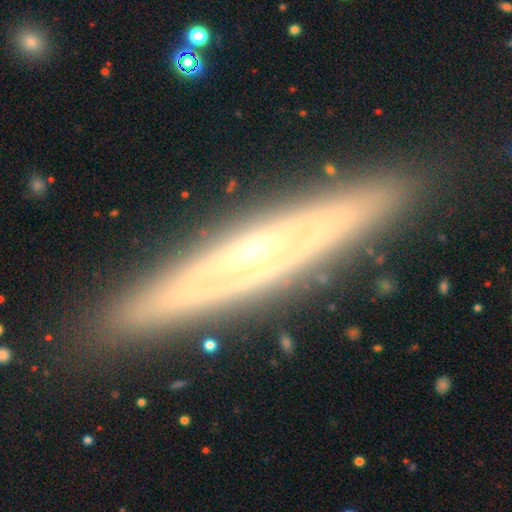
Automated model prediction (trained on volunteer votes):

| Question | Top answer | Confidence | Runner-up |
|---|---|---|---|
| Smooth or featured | featured or disk | 74% | smooth (18%) |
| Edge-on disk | yes | 80% | no (20%) |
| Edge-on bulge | rounded | 70% | none (27%) |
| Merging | none | 88% | minor disturbance (8%) |